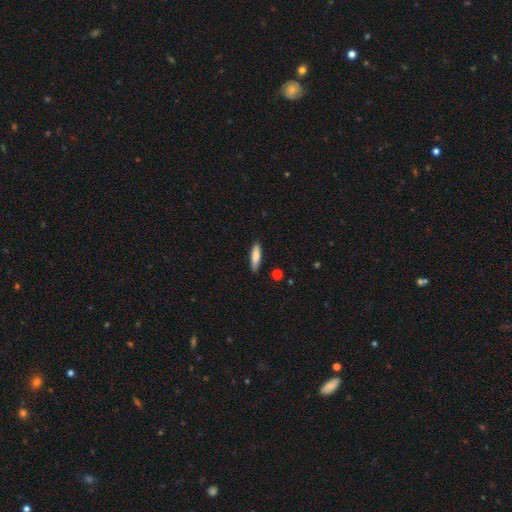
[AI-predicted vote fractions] The model was most divided on "how rounded": cigar-shaped: 67%, in between: 31%, round: 2%. More confident: merging — none (87%); smooth or featured — smooth (78%).